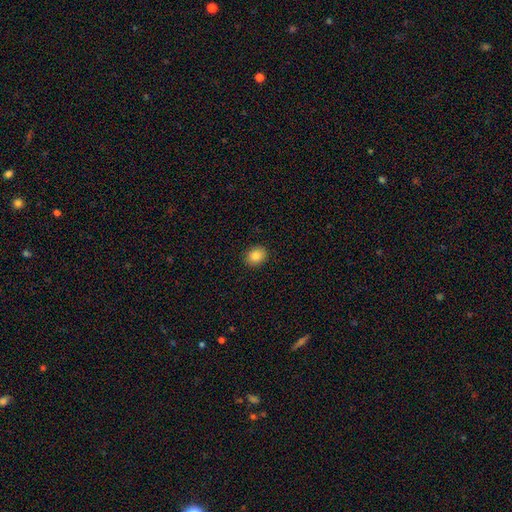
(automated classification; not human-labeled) Overall: smooth (84%). How rounded: round (61%; in between 38%). Merging: none (91%).